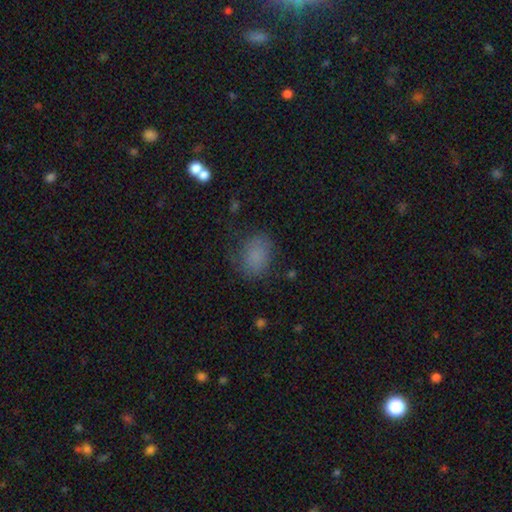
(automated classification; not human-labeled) A smooth galaxy with no disk features (78%) that is in between round and cigar-shaped (63%). Merging: none (67%).